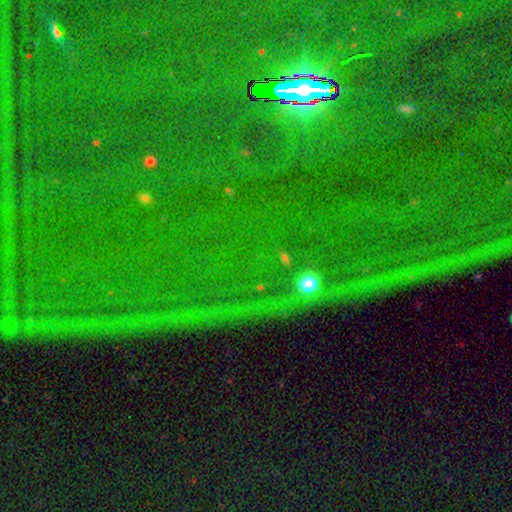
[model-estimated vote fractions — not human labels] smooth-or-featured: star or artifact: 84% | smooth: 8% | featured or disk: 8%